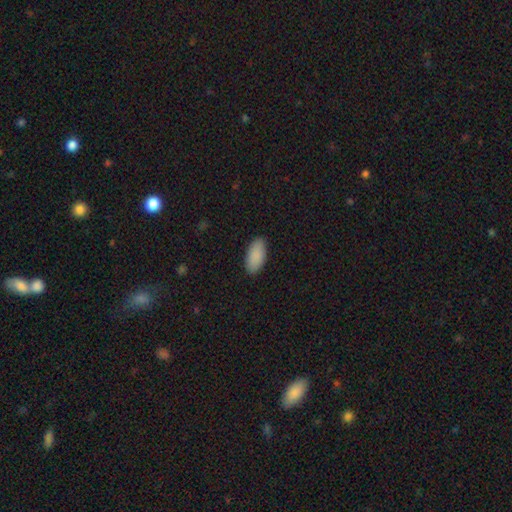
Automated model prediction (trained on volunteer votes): This appears to be a smooth galaxy with no disk features (90%) that is in between round and cigar-shaped (91%). Merging: none (88%).